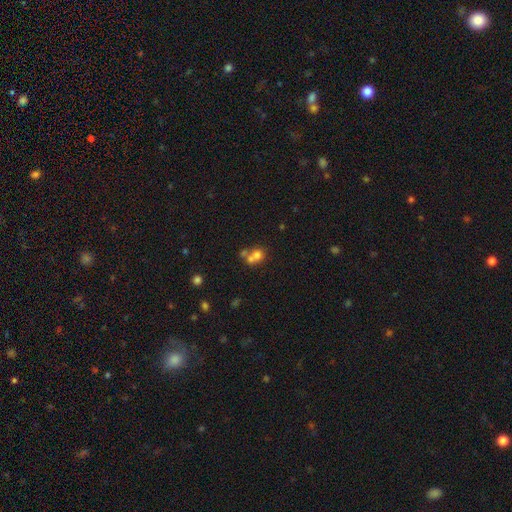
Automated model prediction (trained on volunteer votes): Smooth or featured?
  - smooth: 66% *
  - featured or disk: 20%
  - star or artifact: 14%
How rounded?
  - round: 75% *
  - in between: 24%
  - cigar-shaped: 1%
Merging?
  - merger: 57% *
  - none: 32%
  - minor disturbance: 7%
  - major disturbance: 4%